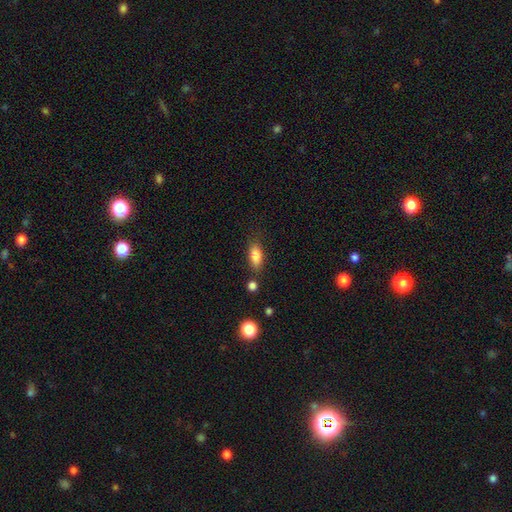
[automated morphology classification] type=smooth (84%); roundness=in between (80%); merging=none (72%).